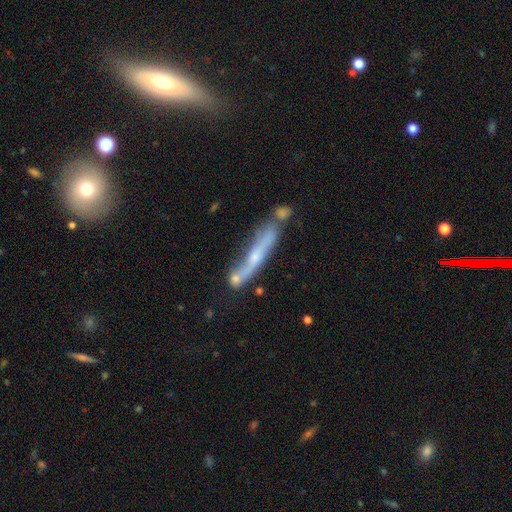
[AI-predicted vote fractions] Smooth or featured: featured or disk — 62% (smooth — 30%)
Edge-on disk: yes — 74% (no — 26%)
Merging: none — 45% (merger — 25%)